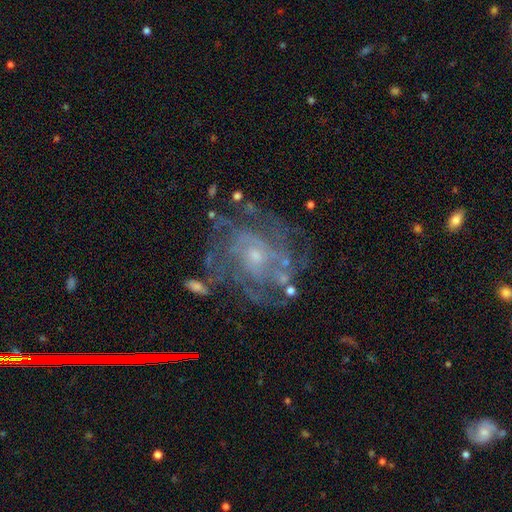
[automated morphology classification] smooth-or-featured: featured or disk: 84% | star or artifact: 9% | smooth: 7%
  disk-edge-on: no: 97% | yes: 3%
    bar: no: 73% | weak: 22% | strong: 5%
    has-spiral-arms: yes: 90% | no: 10%
      spiral-winding: tight: 58% | medium: 33% | loose: 9%
      spiral-arm-count: can't tell: 37% | 3: 17% | 4: 17% | 2: 15% | more than 4: 8% | 1: 6%
    bulge-size: small: 68% | moderate: 26% | none: 3% | large: 2% | dominant: 1%
  merging: none: 69% | minor disturbance: 17% | major disturbance: 11% | merger: 3%